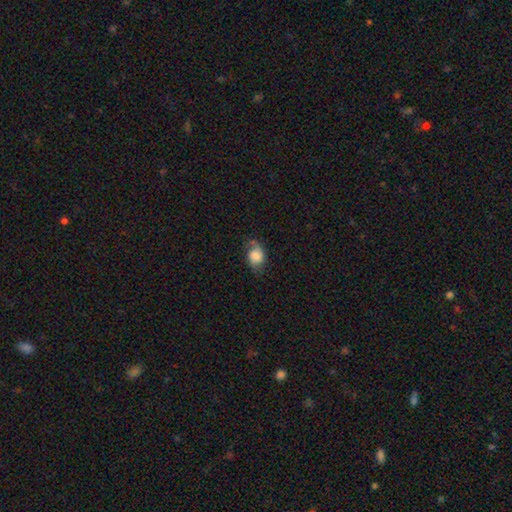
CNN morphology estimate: smooth-or-featured: smooth: 63% | featured or disk: 28% | star or artifact: 9%
  how-rounded: in between: 66% | round: 33% | cigar-shaped: 1%
  merging: none: 55% | minor disturbance: 29% | major disturbance: 14% | merger: 2%